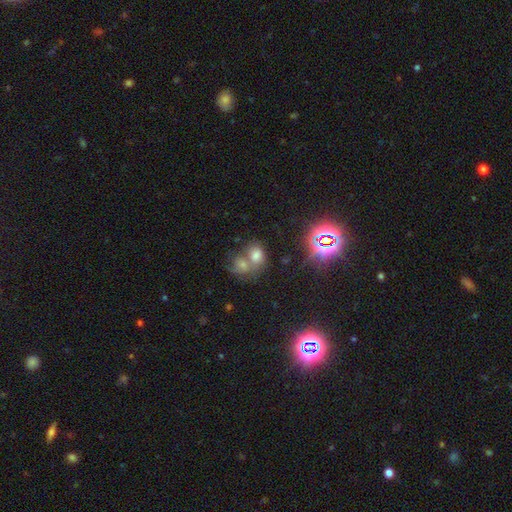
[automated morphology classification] Overall: smooth (56%; star or artifact 29%). How rounded: in between (57%; round 41%). Merging: merger (58%; none 30%).